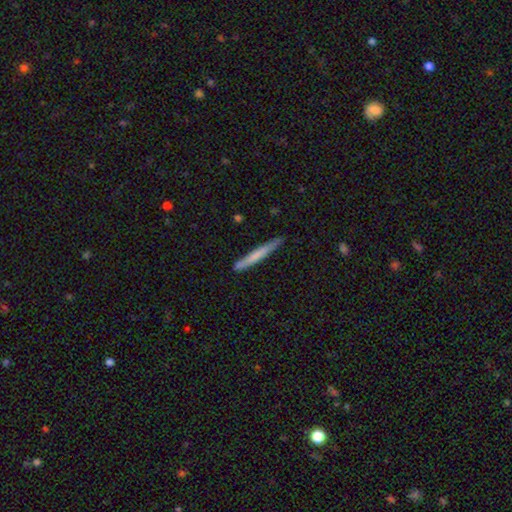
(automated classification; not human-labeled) Smooth or featured? smooth (63%)
How rounded? cigar-shaped (97%)
Merging? none (83%)